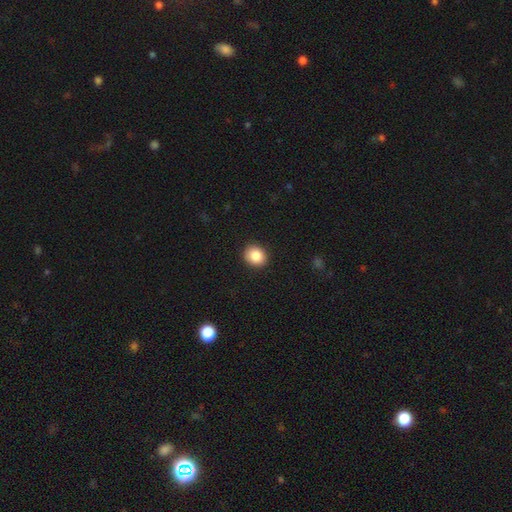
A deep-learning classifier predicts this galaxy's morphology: A smooth galaxy with no disk features (86%) that is round (73%). Merging: none (91%).